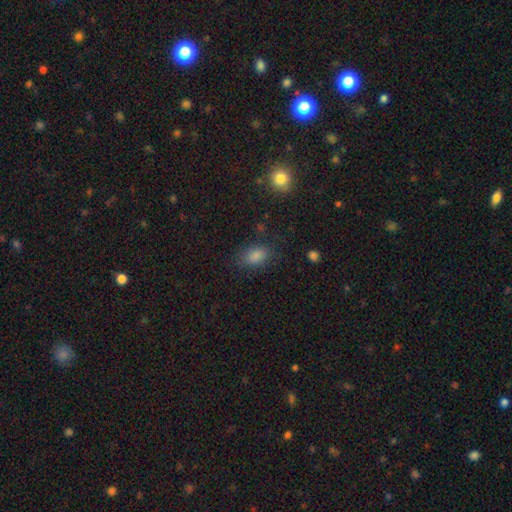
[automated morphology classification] smooth 80%, star or artifact 14%, featured or disk 6%. Down the decision tree: how rounded — in between (82%); merging — none (80%).